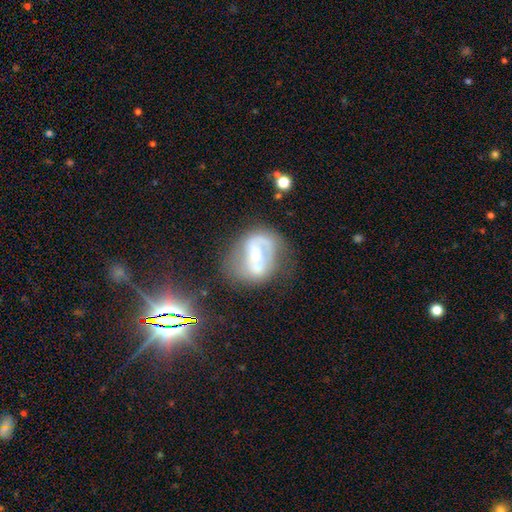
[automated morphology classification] This is likely a featured or disk galaxy (71%). It is clearly not viewed edge-on (97%). Bar: marginally weak (40%). Spiral arm pattern: likely yes (67%). Central bulge: possibly moderate (60%). Merging: marginally none (42%).